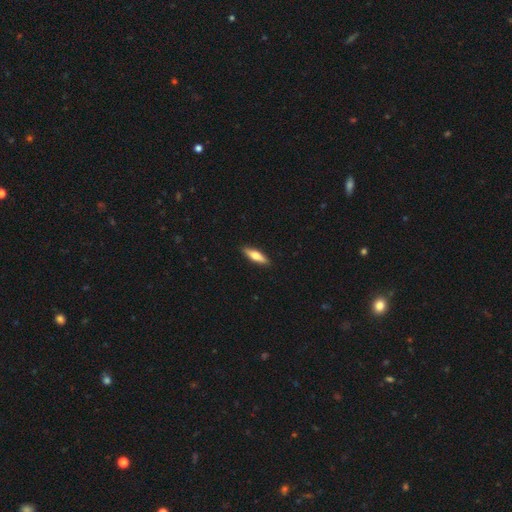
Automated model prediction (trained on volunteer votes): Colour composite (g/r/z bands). It shows a smooth galaxy with no disk features (56%) that is cigar-shaped (62%). Merging: none (90%).